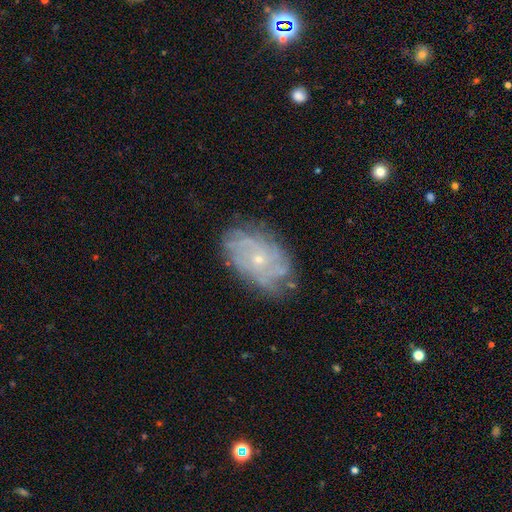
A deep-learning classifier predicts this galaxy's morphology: This is likely a featured or disk galaxy (67%). It is clearly not viewed edge-on (95%). Bar: clearly no (82%). Spiral arm pattern: likely yes (79%). Spiral arm count: possibly can't tell (56%). Spiral winding: likely tight (61%). Central bulge: likely small (74%). Merging: likely none (77%).